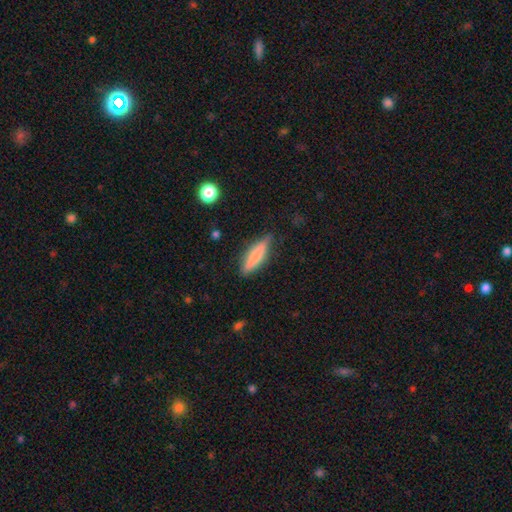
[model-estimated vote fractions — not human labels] Q: Smooth or featured?
A: smooth (68%); runner-up: featured or disk (25%)
Q: How rounded?
A: cigar-shaped (74%); runner-up: in between (24%)
Q: Merging?
A: none (80%); runner-up: minor disturbance (15%)